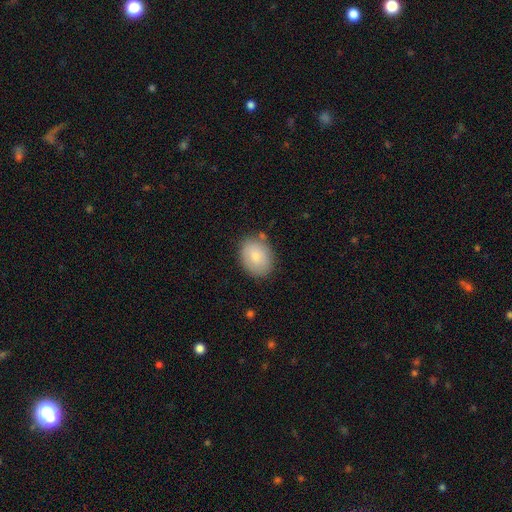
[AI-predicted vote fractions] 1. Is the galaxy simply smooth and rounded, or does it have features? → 81% smooth, 13% featured or disk, 7% star or artifact.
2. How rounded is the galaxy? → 70% in between, 29% round, 1% cigar-shaped.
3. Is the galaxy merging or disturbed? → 78% none, 15% minor disturbance, 3% major disturbance, 3% merger.